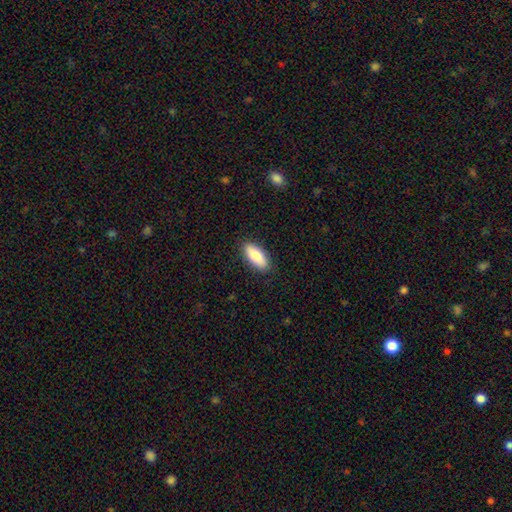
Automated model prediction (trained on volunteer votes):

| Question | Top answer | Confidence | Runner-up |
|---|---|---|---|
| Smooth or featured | smooth | 86% | featured or disk (8%) |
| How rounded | in between | 78% | cigar-shaped (21%) |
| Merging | none | 89% | minor disturbance (9%) |